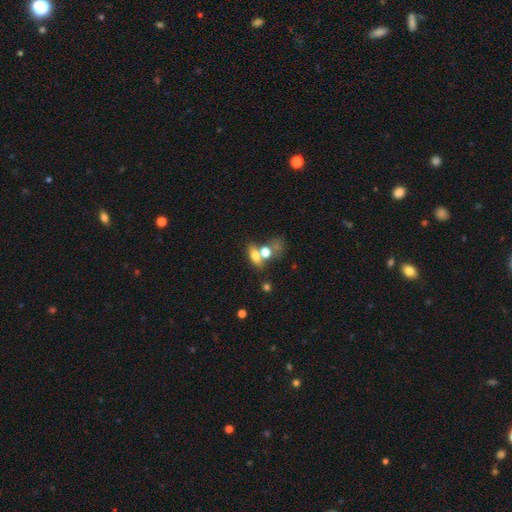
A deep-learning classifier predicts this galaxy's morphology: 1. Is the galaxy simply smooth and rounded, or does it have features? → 67% smooth, 21% featured or disk, 13% star or artifact.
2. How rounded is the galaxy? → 70% in between, 22% round, 9% cigar-shaped.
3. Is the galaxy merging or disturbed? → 46% merger, 35% none, 11% minor disturbance, 8% major disturbance.